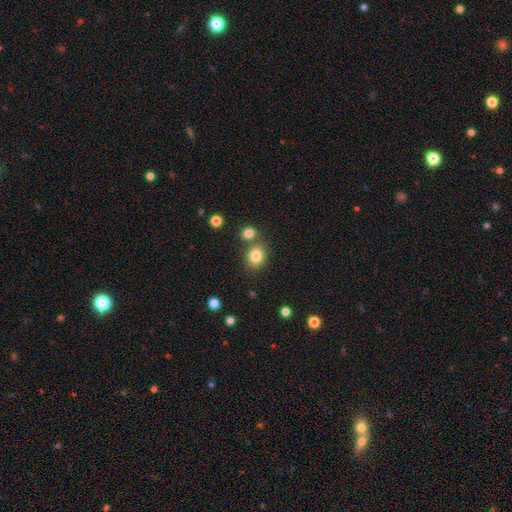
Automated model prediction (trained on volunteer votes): smooth 82%, star or artifact 11%, featured or disk 7%. Down the decision tree: how rounded — round (61%); merging — none (67%).